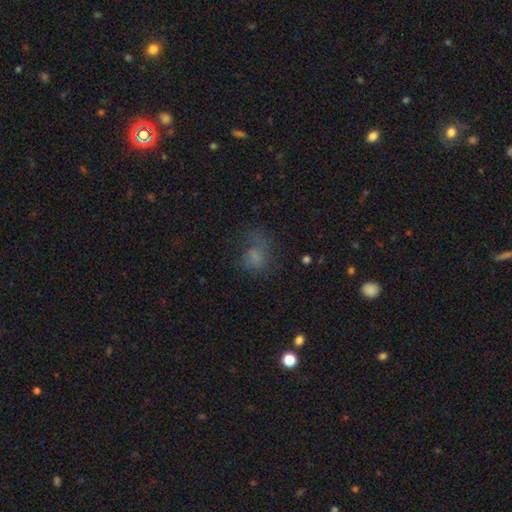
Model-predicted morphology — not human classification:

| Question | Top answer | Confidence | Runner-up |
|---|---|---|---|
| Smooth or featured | smooth | 60% | star or artifact (20%) |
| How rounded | in between | 51% | round (47%) |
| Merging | none | 40% | major disturbance (32%) |